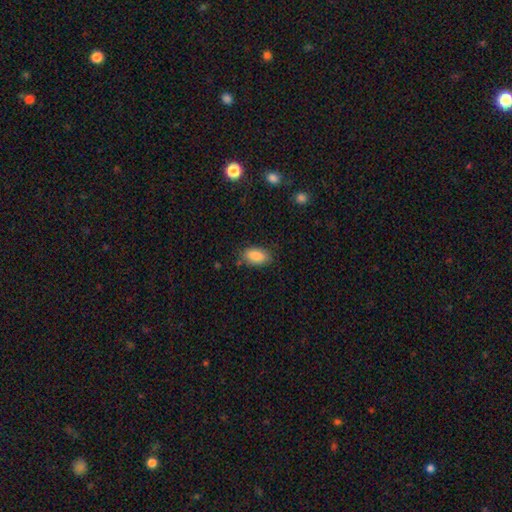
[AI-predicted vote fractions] Smooth or featured? smooth (85%)
How rounded? in between (92%)
Merging? none (82%)